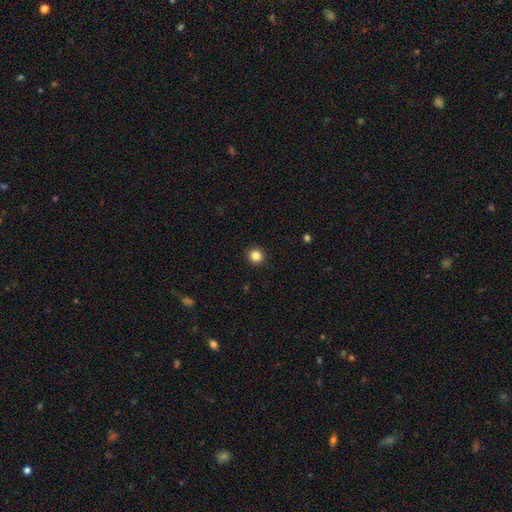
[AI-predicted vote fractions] Morphology: type=smooth (85%); roundness=round (95%); merging=none (93%).